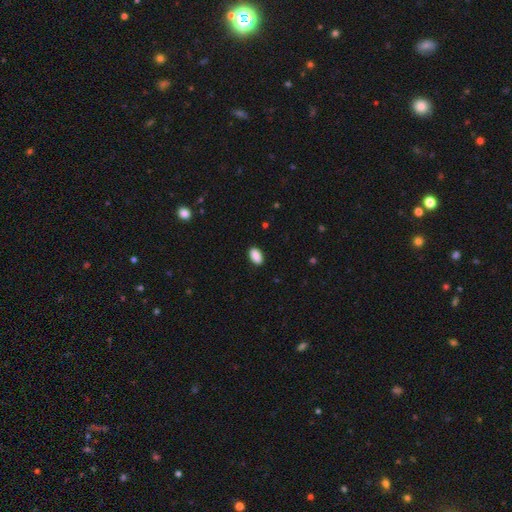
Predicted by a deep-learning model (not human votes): A smooth galaxy with no disk features (90%) that is in between round and cigar-shaped (93%).

Vote fractions:
- Smooth or featured? smooth: 90% / star or artifact: 7% / featured or disk: 3%
- How rounded? in between: 93% / round: 4% / cigar-shaped: 3%
- Merging? none: 88% / minor disturbance: 9% / major disturbance: 2% / merger: 1%